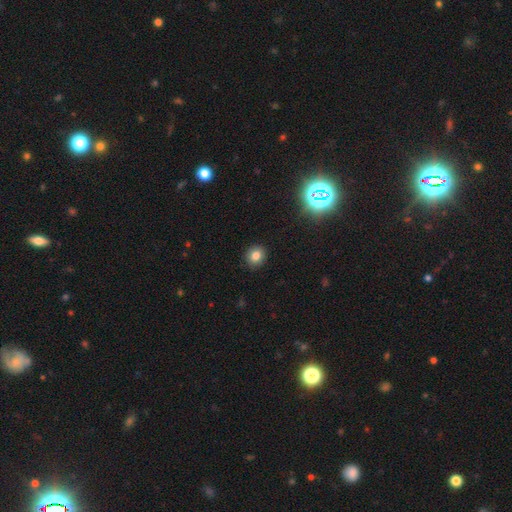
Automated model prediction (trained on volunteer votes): Q: Smooth or featured?
A: smooth (80%); runner-up: star or artifact (13%)
Q: How rounded?
A: round (81%); runner-up: in between (18%)
Q: Merging?
A: none (91%); runner-up: minor disturbance (6%)